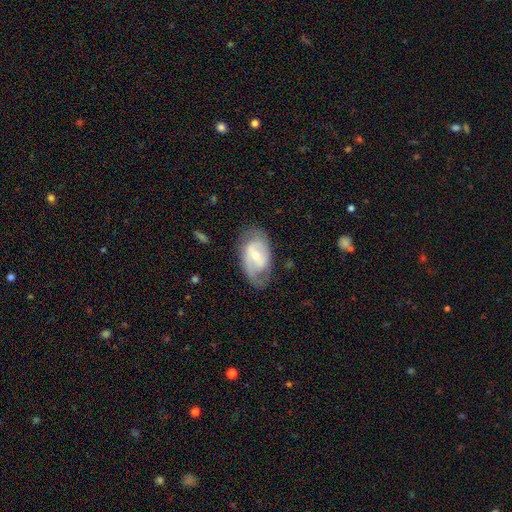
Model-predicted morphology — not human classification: featured or disk 70%, smooth 24%, star or artifact 6%. Down the decision tree: edge-on disk — no (95%); bar — weak (47%); spiral arms — yes (77%); spiral arm count — 2 (66%); spiral winding — medium (44%); bulge size — small (50%); merging — none (67%).